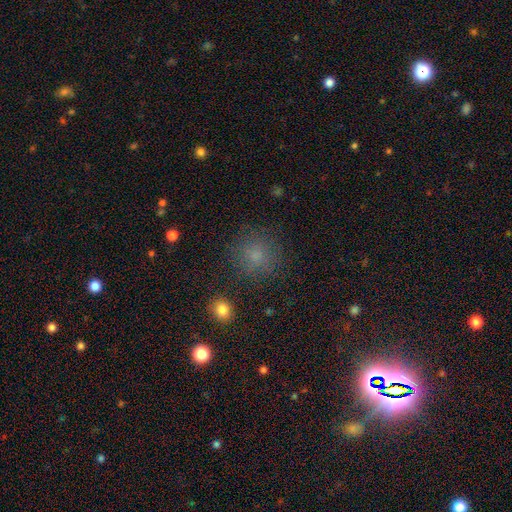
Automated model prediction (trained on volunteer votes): smooth 75%, star or artifact 18%, featured or disk 7%. Down the decision tree: how rounded — round (91%); merging — none (83%).